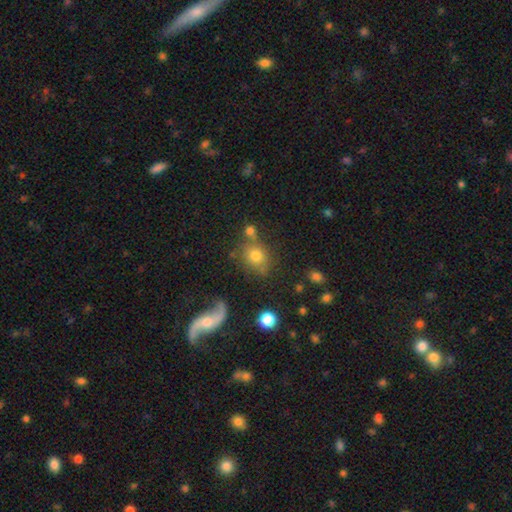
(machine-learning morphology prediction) Smooth or featured? smooth (72%)
How rounded? round (69%)
Merging? none (57%)